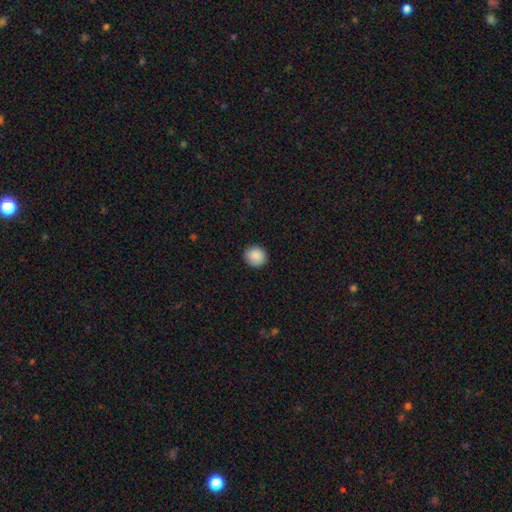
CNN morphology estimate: Smooth or featured?
  - smooth: 89% *
  - star or artifact: 8%
  - featured or disk: 3%
How rounded?
  - round: 87% *
  - in between: 12%
  - cigar-shaped: 1%
Merging?
  - none: 91% *
  - minor disturbance: 6%
  - major disturbance: 2%
  - merger: 1%